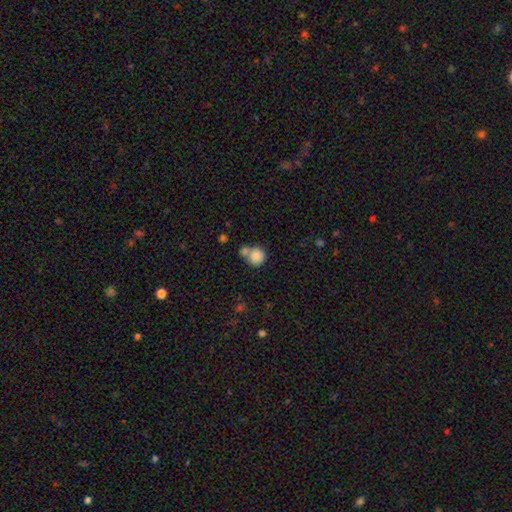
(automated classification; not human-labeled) A smooth galaxy with no disk features (84%) that is round (88%). Merging: none (44%).